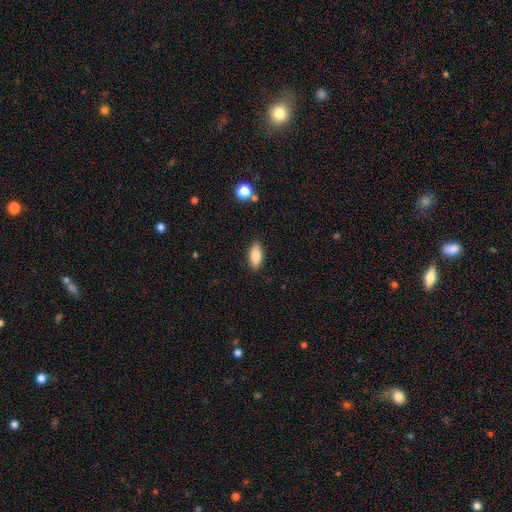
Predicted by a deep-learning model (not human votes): A smooth galaxy with no disk features (82%) that is in between round and cigar-shaped (81%). Merging: none (88%).